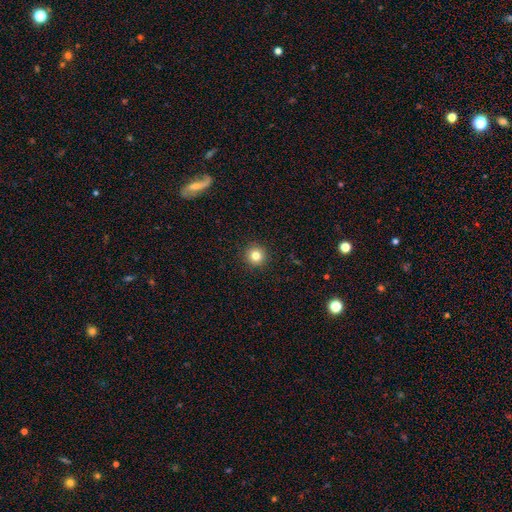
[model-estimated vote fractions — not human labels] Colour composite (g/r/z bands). It shows a smooth galaxy with no disk features (81%) that is round (95%). Merging: none (93%).